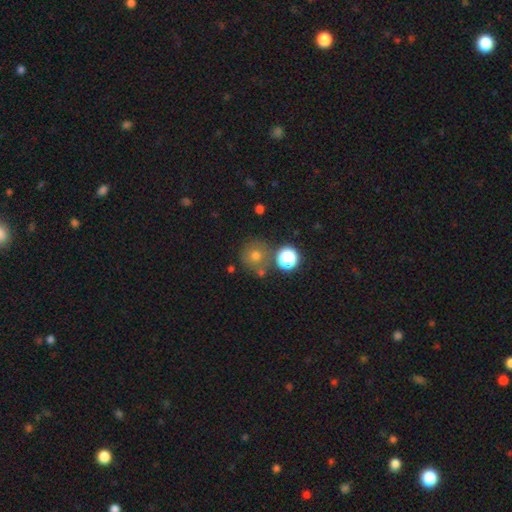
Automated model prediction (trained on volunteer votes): This is likely a smooth galaxy (69%). How rounded: clearly round (90%). Merging: likely none (69%).